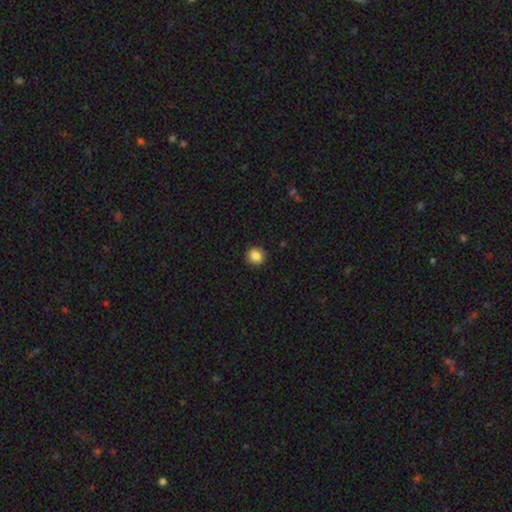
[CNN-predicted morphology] A smooth galaxy with no disk features (86%) that is round (82%).

Vote fractions:
- Smooth or featured? smooth: 86% / star or artifact: 10% / featured or disk: 4%
- How rounded? round: 82% / in between: 17% / cigar-shaped: 1%
- Merging? none: 91% / minor disturbance: 6% / major disturbance: 2% / merger: 1%